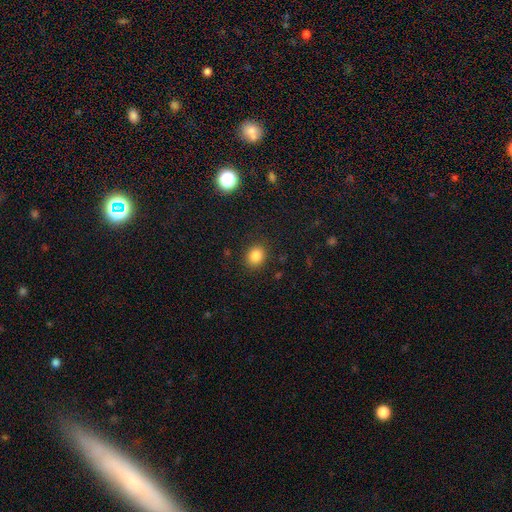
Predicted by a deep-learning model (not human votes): Overall: smooth (84%). How rounded: round (61%; in between 39%). Merging: none (88%).